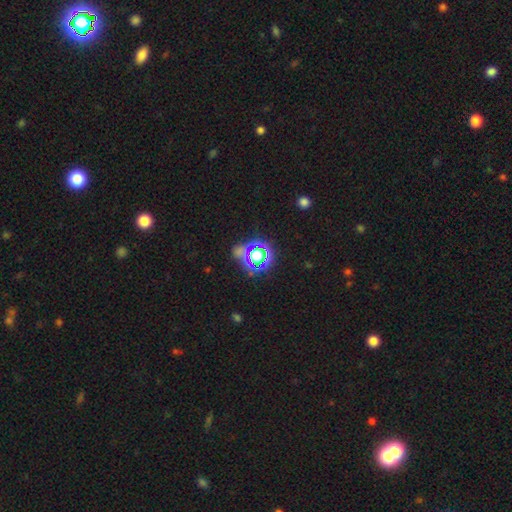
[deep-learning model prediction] smooth_or_featured: star or artifact (p=0.60) [alt: smooth p=0.28]